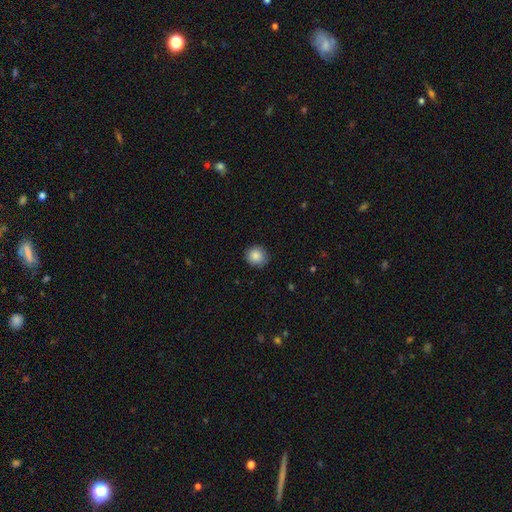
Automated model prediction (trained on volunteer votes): smooth-or-featured: smooth: 87% | star or artifact: 8% | featured or disk: 5%
  how-rounded: round: 88% | in between: 11% | cigar-shaped: 1%
  merging: none: 86% | minor disturbance: 11% | major disturbance: 2% | merger: 1%